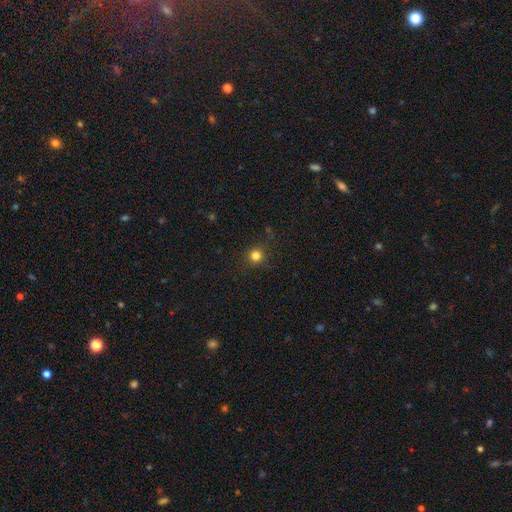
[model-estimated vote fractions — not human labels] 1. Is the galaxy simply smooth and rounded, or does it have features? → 80% smooth, 15% star or artifact, 5% featured or disk.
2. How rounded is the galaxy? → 93% round, 6% in between, 1% cigar-shaped.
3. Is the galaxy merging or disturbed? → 87% none, 8% minor disturbance, 3% major disturbance, 1% merger.